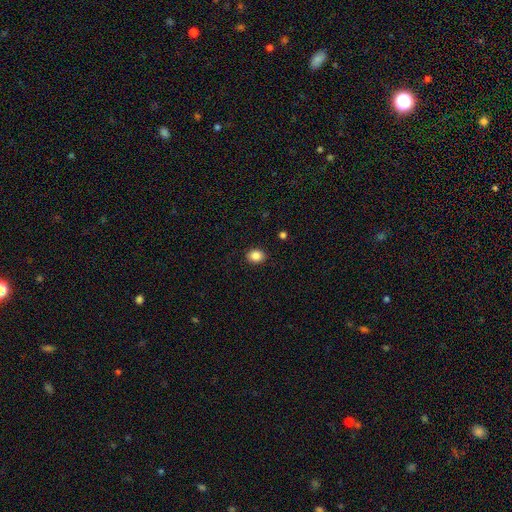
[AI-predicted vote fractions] A smooth galaxy with no disk features (87%) that is in between round and cigar-shaped (53%). Merging: none (89%).